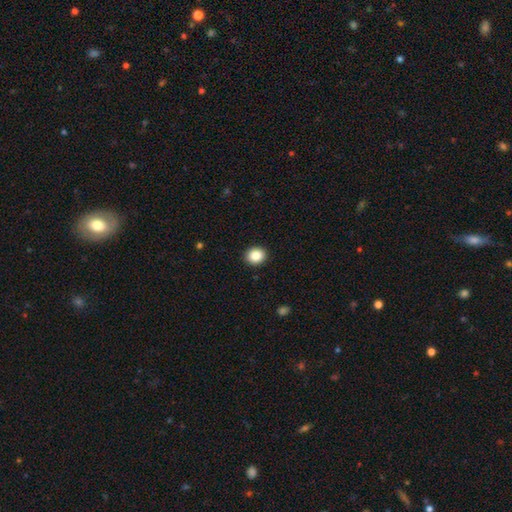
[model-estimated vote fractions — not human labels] Q: Smooth or featured?
A: smooth (86%); runner-up: star or artifact (9%)
Q: How rounded?
A: round (74%); runner-up: in between (25%)
Q: Merging?
A: none (92%); runner-up: minor disturbance (5%)